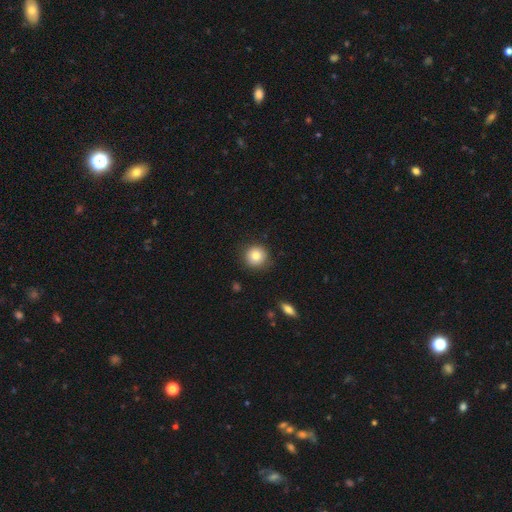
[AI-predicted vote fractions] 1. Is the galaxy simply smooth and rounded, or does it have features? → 82% smooth, 10% star or artifact, 9% featured or disk.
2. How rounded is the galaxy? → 93% round, 6% in between, 1% cigar-shaped.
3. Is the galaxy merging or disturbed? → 87% none, 10% minor disturbance, 2% major disturbance, 1% merger.